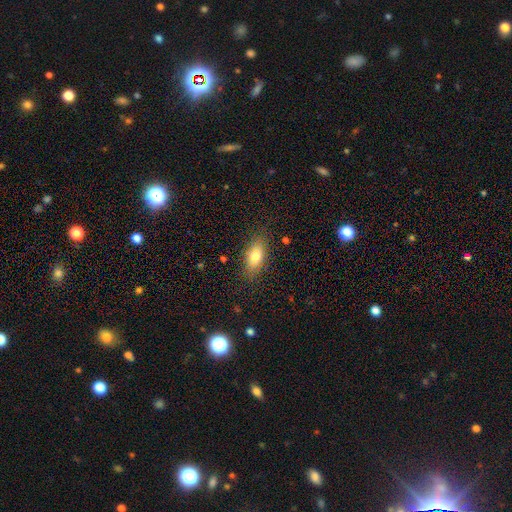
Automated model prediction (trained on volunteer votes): Smooth or featured: smooth — 77% (featured or disk — 15%)
How rounded: in between — 85% (cigar-shaped — 10%)
Merging: none — 83% (minor disturbance — 12%)